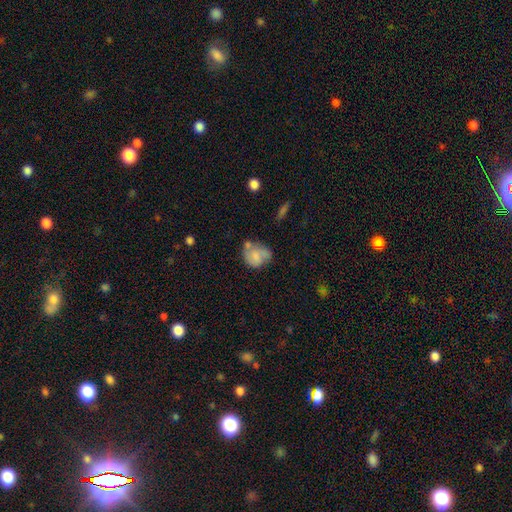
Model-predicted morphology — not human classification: smooth 61%, featured or disk 31%, star or artifact 8%. Down the decision tree: how rounded — round (59%); merging — none (41%).